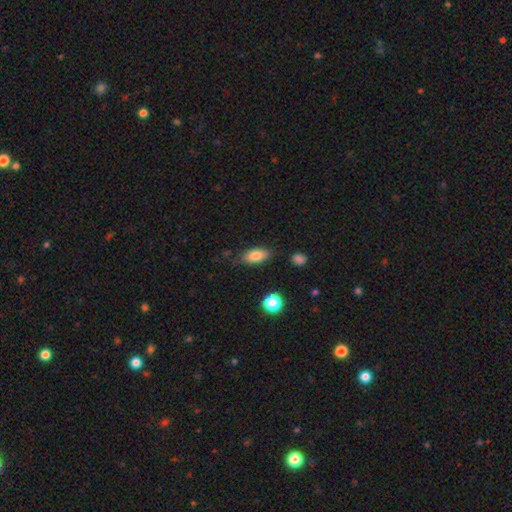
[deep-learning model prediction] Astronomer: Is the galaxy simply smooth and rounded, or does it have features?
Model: smooth — 81%.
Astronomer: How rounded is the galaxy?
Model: in between — 86%.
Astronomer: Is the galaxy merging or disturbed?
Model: none — 79%.